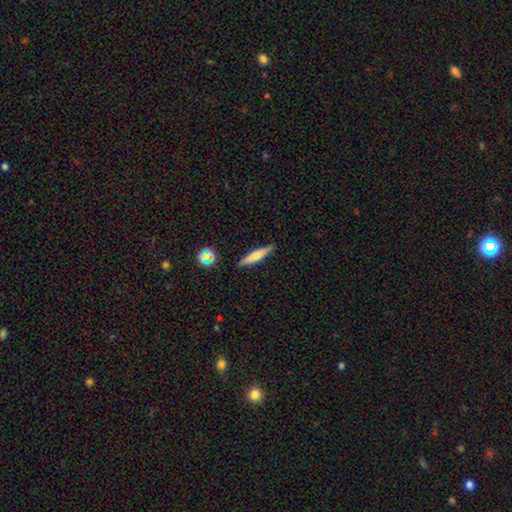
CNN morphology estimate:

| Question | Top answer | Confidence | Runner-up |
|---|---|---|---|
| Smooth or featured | smooth | 60% | featured or disk (32%) |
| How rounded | cigar-shaped | 86% | in between (12%) |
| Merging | none | 88% | minor disturbance (8%) |